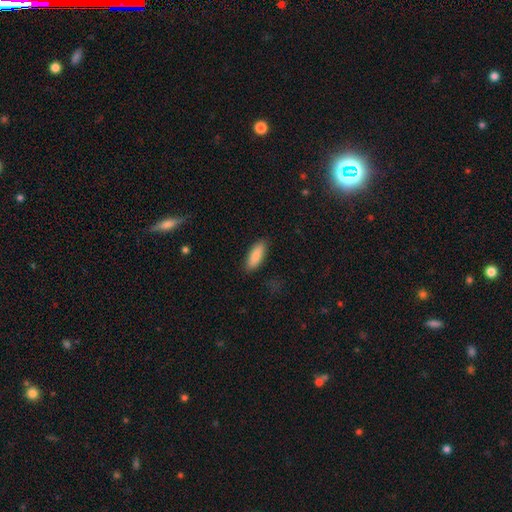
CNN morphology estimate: type=smooth (87%); roundness=in between (66%); merging=none (86%).